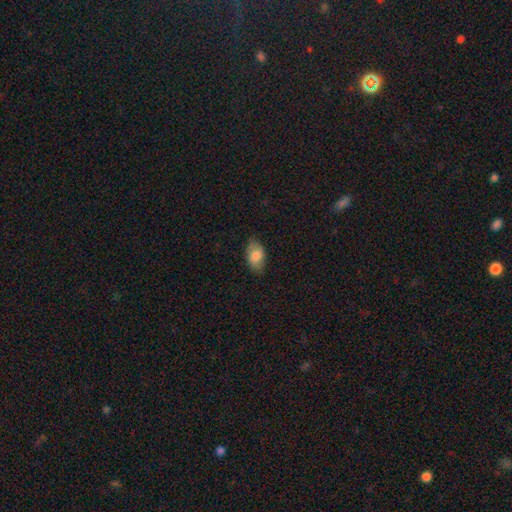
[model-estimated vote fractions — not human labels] This is clearly a smooth galaxy (81%). How rounded: clearly in between (90%). Merging: likely none (74%).